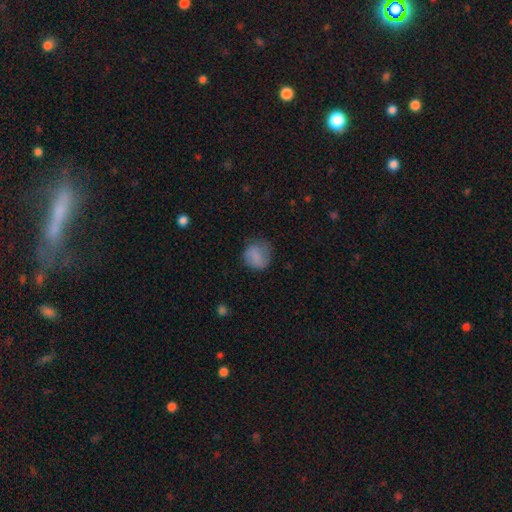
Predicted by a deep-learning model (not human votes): smooth_or_featured: smooth (p=0.79) [alt: featured or disk p=0.13]
how_rounded: round (p=0.80) [alt: in between p=0.19]
merging: none (p=0.63) [alt: minor disturbance p=0.25]